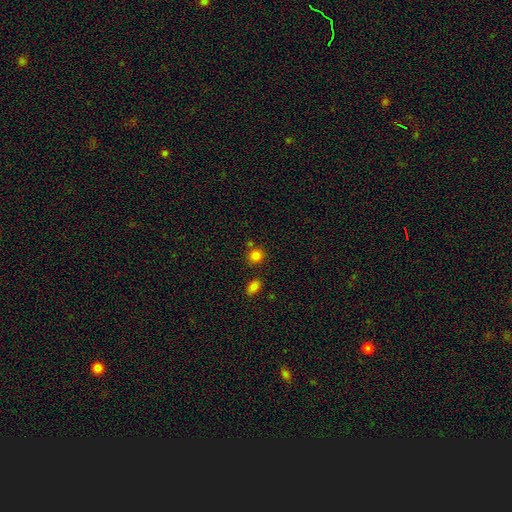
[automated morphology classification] A smooth galaxy with no disk features (82%) that is round (84%).

Vote fractions:
- Smooth or featured? smooth: 82% / star or artifact: 13% / featured or disk: 6%
- How rounded? round: 84% / in between: 15% / cigar-shaped: 1%
- Merging? none: 74% / merger: 13% / minor disturbance: 10% / major disturbance: 3%